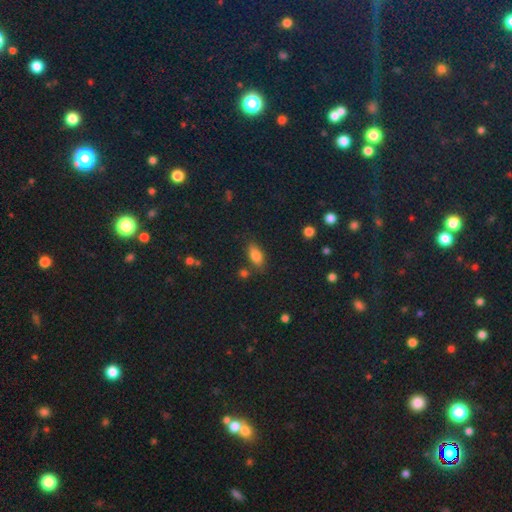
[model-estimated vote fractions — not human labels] Overall: smooth (80%). How rounded: in between (87%). Merging: none (76%).